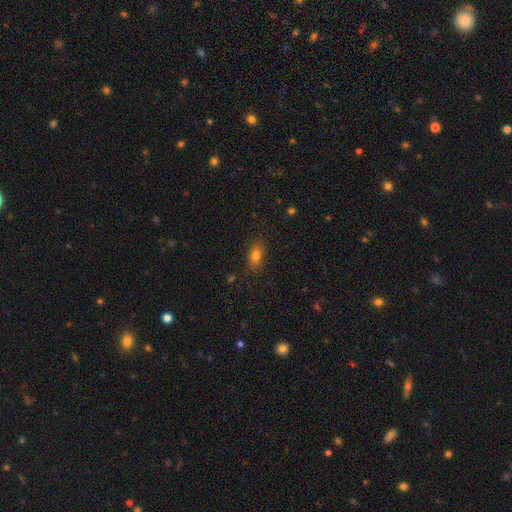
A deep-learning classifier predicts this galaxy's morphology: The model was most divided on "smooth or featured": smooth: 79%, star or artifact: 11%, featured or disk: 10%. More confident: merging — none (84%); how rounded — in between (83%).